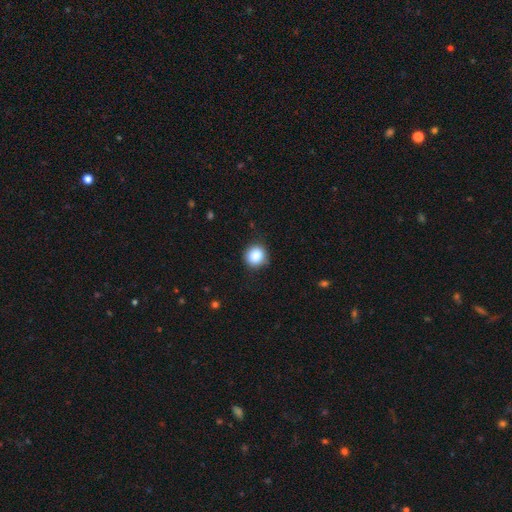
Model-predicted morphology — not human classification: Smooth or featured: smooth — 87% (star or artifact — 9%)
How rounded: round — 85% (in between — 14%)
Merging: none — 83% (minor disturbance — 12%)